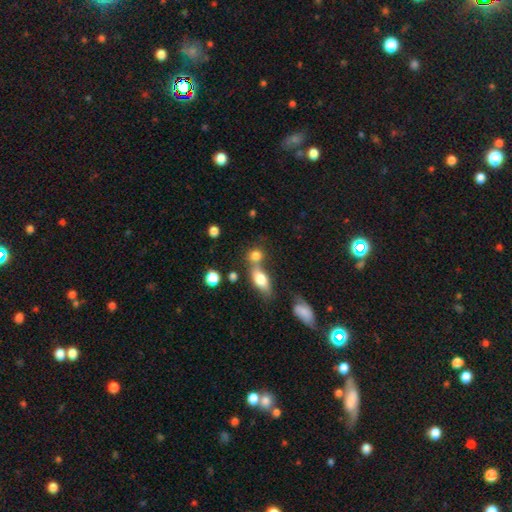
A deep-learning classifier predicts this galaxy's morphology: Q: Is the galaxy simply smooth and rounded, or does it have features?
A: smooth — 78%.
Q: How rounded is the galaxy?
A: round — 58%.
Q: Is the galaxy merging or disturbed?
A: merger — 46%.